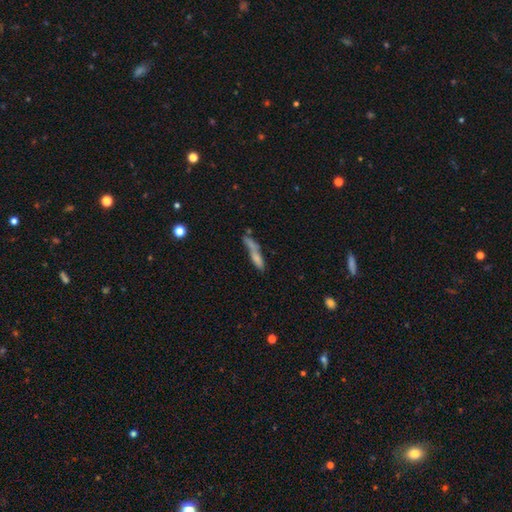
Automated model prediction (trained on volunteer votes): This is possibly a smooth galaxy (59%). How rounded: clearly cigar-shaped (80%). Merging: marginally none (40%).